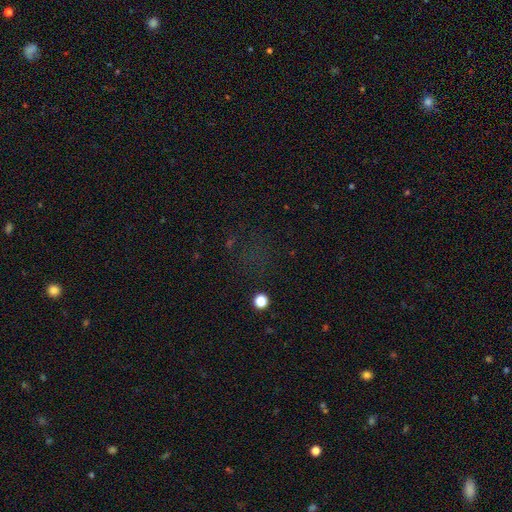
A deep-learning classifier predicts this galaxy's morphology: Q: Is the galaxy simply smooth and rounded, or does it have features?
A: star or artifact — 57%.